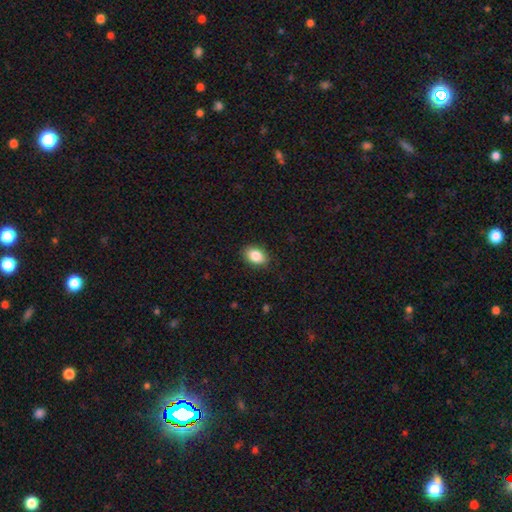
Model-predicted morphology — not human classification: A smooth galaxy with no disk features (86%) that is in between round and cigar-shaped (83%).

Vote fractions:
- Smooth or featured? smooth: 86% / star or artifact: 8% / featured or disk: 6%
- How rounded? in between: 83% / round: 15% / cigar-shaped: 1%
- Merging? none: 87% / minor disturbance: 9% / major disturbance: 2% / merger: 1%